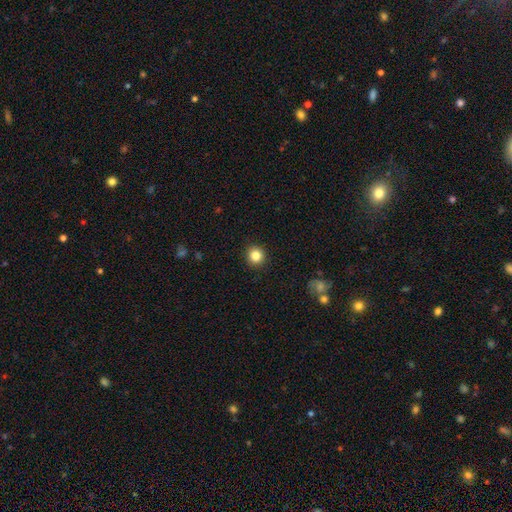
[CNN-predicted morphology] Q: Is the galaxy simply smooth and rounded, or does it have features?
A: smooth — 84%.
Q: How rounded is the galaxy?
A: round — 93%.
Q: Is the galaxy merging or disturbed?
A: none — 92%.